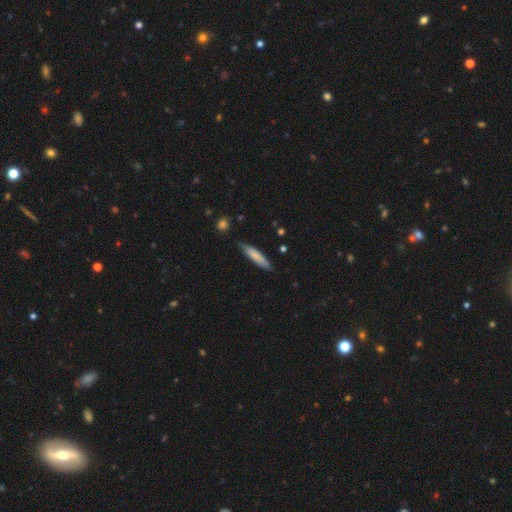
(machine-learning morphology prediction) Overall: smooth (77%). How rounded: cigar-shaped (85%). Merging: none (82%).